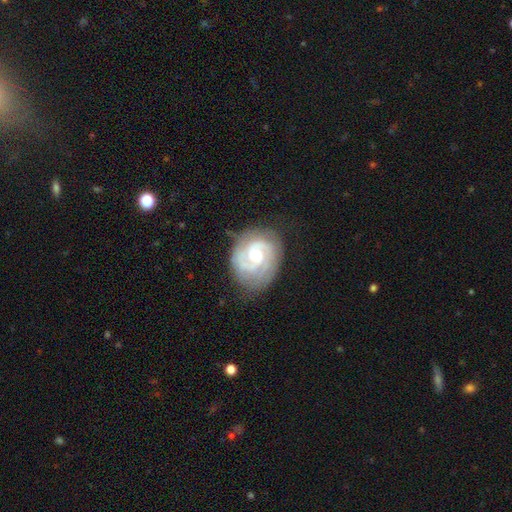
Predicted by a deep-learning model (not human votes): The model was most divided on "bulge size": moderate: 56%, small: 38%, large: 4%, none: 1%, dominant: 1%. More confident: edge-on disk — no (98%); spiral arms — yes (97%); smooth or featured — featured or disk (88%); merging — none (76%); spiral arm count — 2 (63%); bar — no (58%); spiral winding — tight (56%).